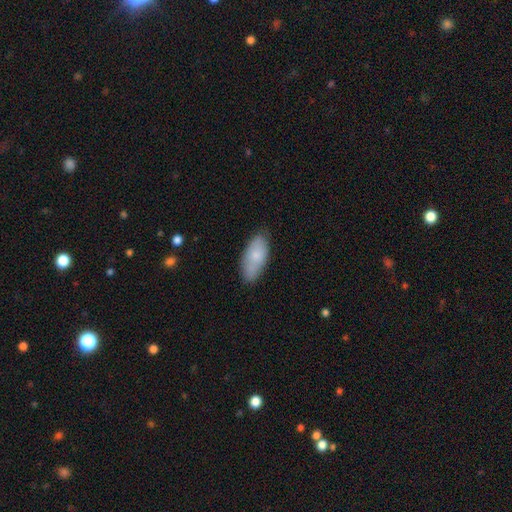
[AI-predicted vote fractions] Smooth or featured? Predicted: smooth (p=0.76). How rounded? Predicted: in between (p=0.90). Merging? Predicted: none (p=0.76).